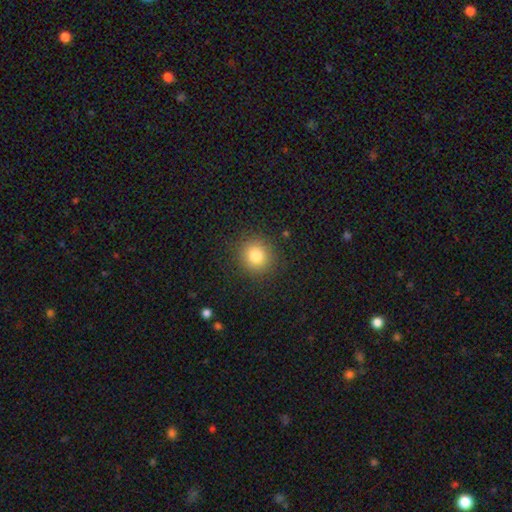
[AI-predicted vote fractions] The model was most divided on "smooth or featured": smooth: 82%, star or artifact: 11%, featured or disk: 7%. More confident: merging — none (89%); how rounded — round (88%).